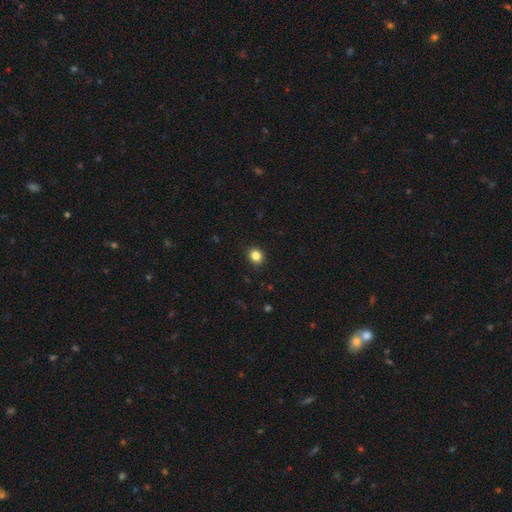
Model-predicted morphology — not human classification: smooth_or_featured: smooth (p=0.85) [alt: star or artifact p=0.11]
how_rounded: round (p=0.67) [alt: in between p=0.32]
merging: none (p=0.90) [alt: minor disturbance p=0.07]